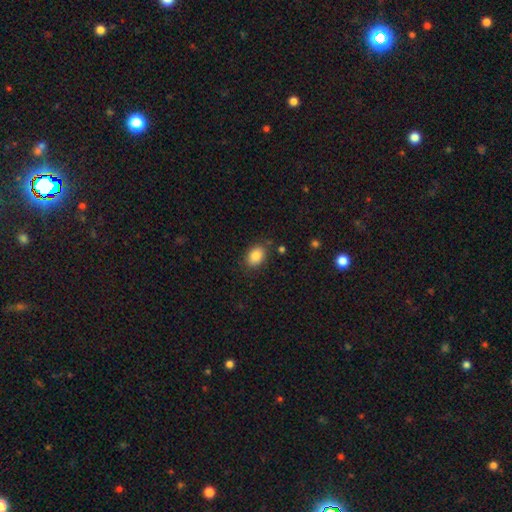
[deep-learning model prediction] smooth 86%, star or artifact 8%, featured or disk 6%. Down the decision tree: how rounded — in between (77%); merging — none (81%).